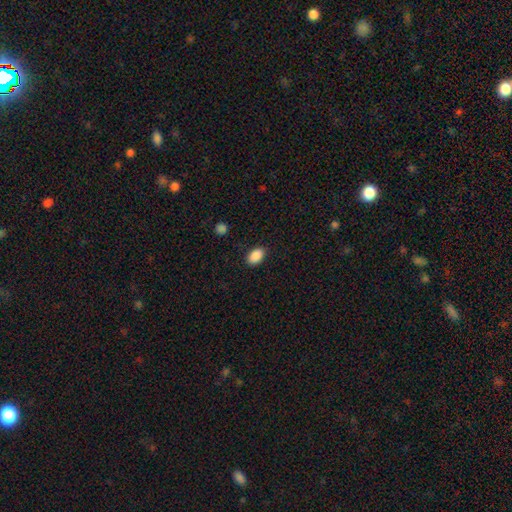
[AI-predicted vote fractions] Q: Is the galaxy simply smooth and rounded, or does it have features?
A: smooth — 89%.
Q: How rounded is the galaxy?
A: in between — 89%.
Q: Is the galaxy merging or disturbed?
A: none — 88%.